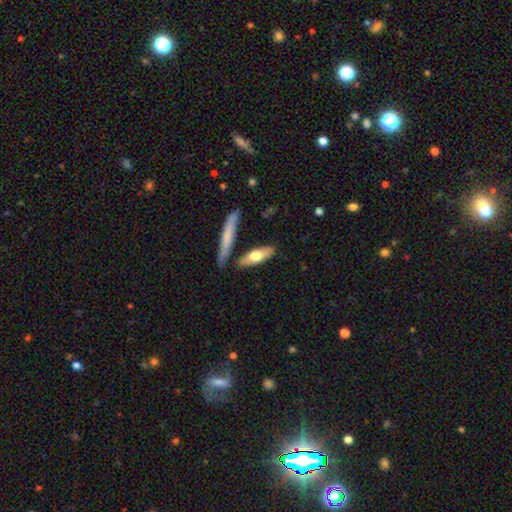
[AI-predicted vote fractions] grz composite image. It shows a smooth galaxy with no disk features (61%) that is cigar-shaped (59%). Merging: none (76%).